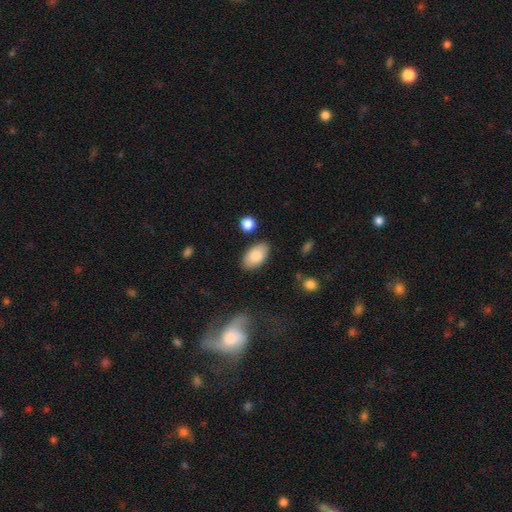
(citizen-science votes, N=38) Overall: smooth (84%). How rounded: in between (100%). Merging: none (91%).